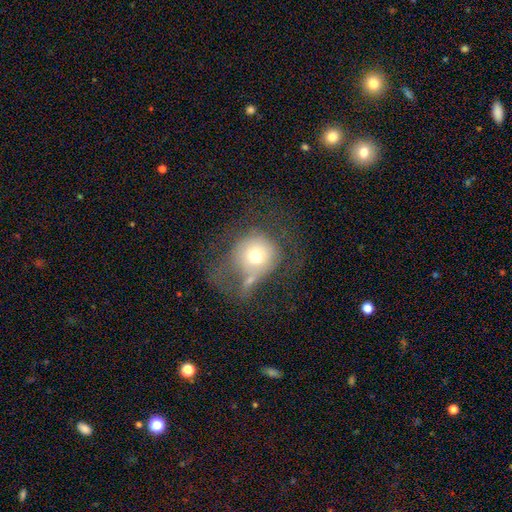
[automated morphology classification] smooth 60%, featured or disk 29%, star or artifact 11%. Down the decision tree: how rounded — round (89%); merging — major disturbance (41%).